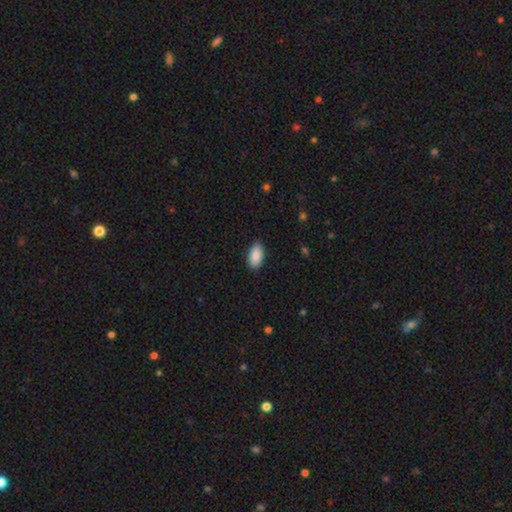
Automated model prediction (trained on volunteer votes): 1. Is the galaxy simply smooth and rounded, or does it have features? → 90% smooth, 6% star or artifact, 3% featured or disk.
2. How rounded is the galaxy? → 94% in between, 3% cigar-shaped, 3% round.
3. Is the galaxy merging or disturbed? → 88% none, 9% minor disturbance, 2% major disturbance, 1% merger.